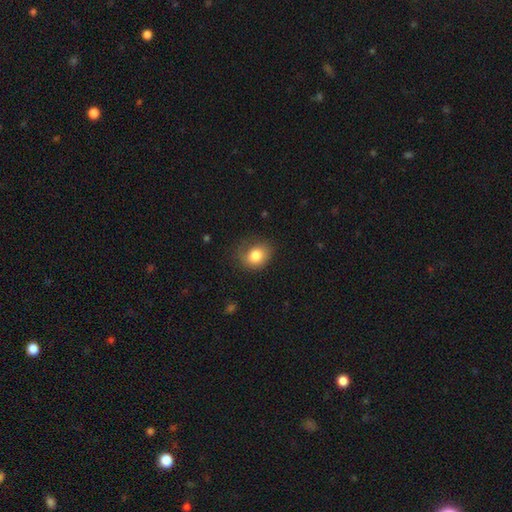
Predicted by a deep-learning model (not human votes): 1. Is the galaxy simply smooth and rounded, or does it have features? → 80% smooth, 11% featured or disk, 9% star or artifact.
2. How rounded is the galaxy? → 56% round, 43% in between, 1% cigar-shaped.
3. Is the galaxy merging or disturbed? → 63% none, 25% minor disturbance, 11% major disturbance, 1% merger.